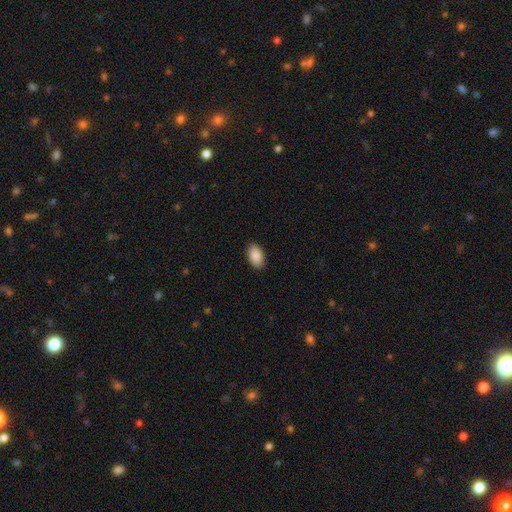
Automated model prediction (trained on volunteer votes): A smooth galaxy with no disk features (89%) that is in between round and cigar-shaped (94%).

Vote fractions:
- Smooth or featured? smooth: 89% / star or artifact: 6% / featured or disk: 4%
- How rounded? in between: 94% / round: 5% / cigar-shaped: 1%
- Merging? none: 88% / minor disturbance: 9% / major disturbance: 2% / merger: 1%